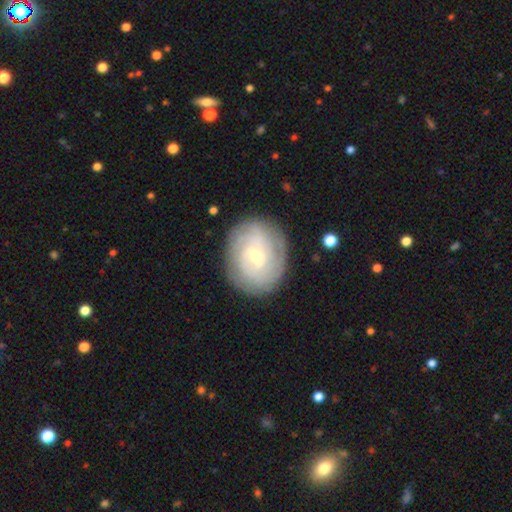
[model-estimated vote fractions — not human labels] This is likely a featured or disk galaxy (76%). It is clearly not viewed edge-on (97%). Bar: possibly weak (47%). Spiral arm pattern: clearly yes (89%). Spiral arm count: possibly can't tell (49%). Spiral winding: likely tight (78%). Central bulge: possibly small (53%). Merging: clearly none (83%).